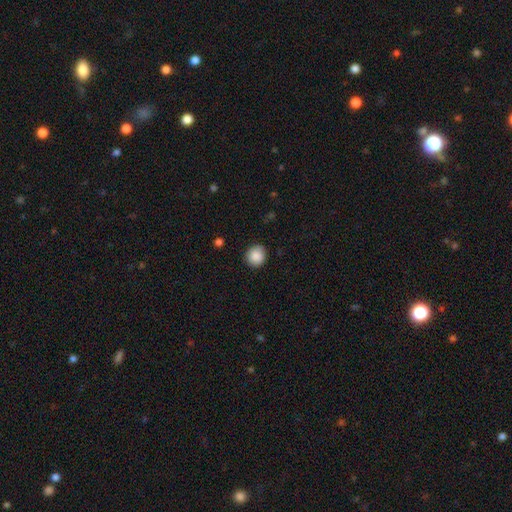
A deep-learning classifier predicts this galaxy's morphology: Smooth or featured? Predicted: smooth (p=0.87). How rounded? Predicted: round (p=0.90). Merging? Predicted: none (p=0.86).